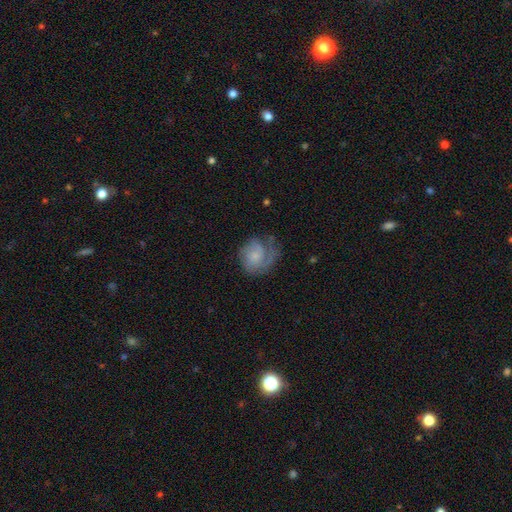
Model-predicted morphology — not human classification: A featured or disk galaxy (65%) with no bar (73%), 2 (30%) tight (45%) spiral arms (90%) and a small central bulge (57%). Merging: none (55%).